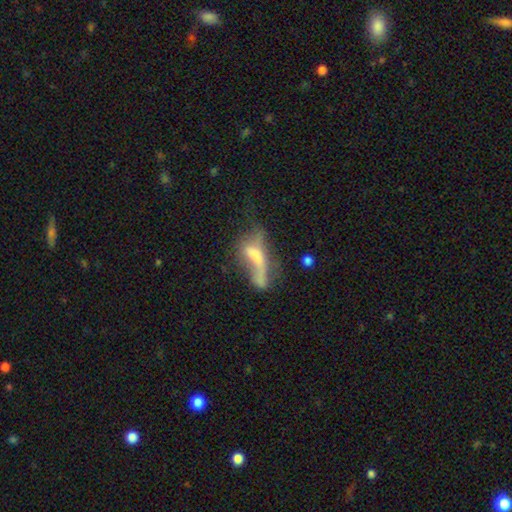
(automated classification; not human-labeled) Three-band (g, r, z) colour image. It shows a featured or disk galaxy (51%). Merging: major disturbance (37%).